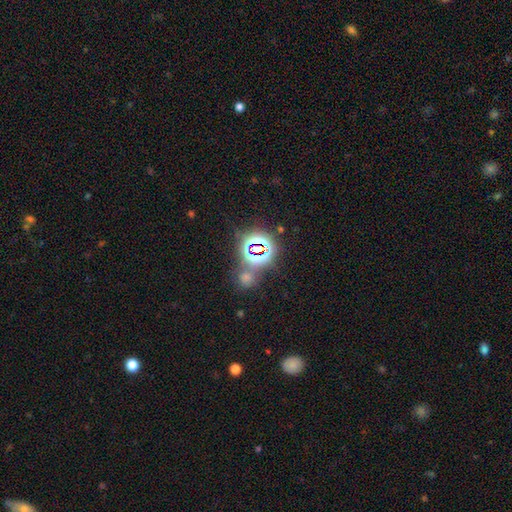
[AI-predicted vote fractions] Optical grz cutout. It shows a star or artifact, not a galaxy (72%).